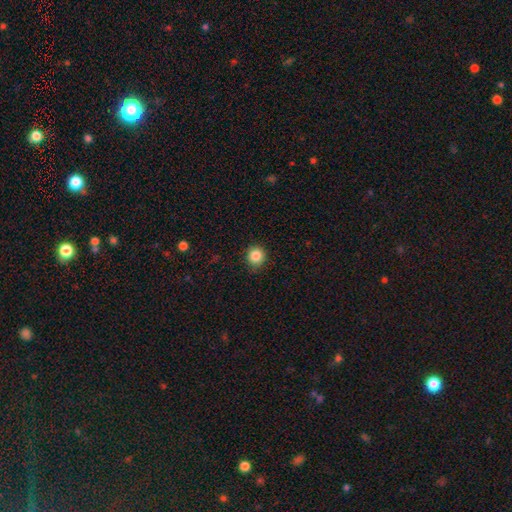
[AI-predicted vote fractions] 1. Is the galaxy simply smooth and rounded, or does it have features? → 85% smooth, 11% star or artifact, 4% featured or disk.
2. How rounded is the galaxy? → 91% round, 8% in between, 1% cigar-shaped.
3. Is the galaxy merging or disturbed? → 86% none, 11% minor disturbance, 2% major disturbance, 1% merger.